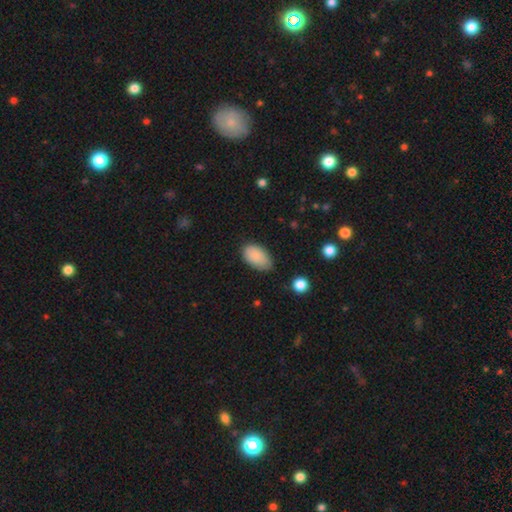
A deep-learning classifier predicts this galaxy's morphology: Overall: smooth (88%). How rounded: in between (94%). Merging: none (70%).